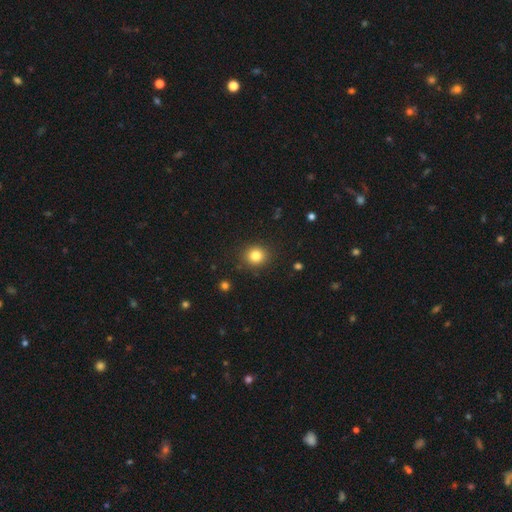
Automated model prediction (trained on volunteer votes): The model was most divided on "smooth or featured": smooth: 82%, star or artifact: 12%, featured or disk: 6%. More confident: merging — none (89%); how rounded — round (85%).